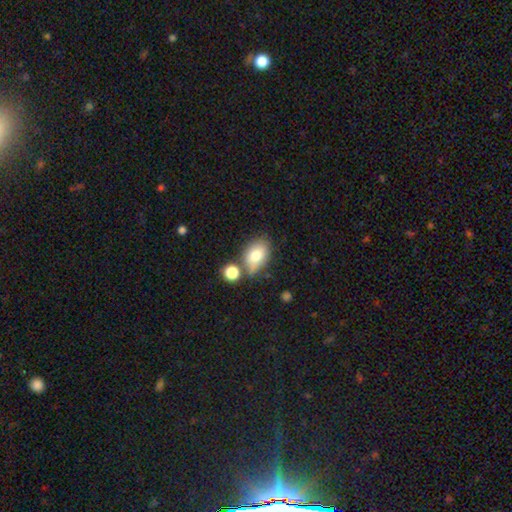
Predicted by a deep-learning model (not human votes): This is likely a smooth galaxy (77%). How rounded: clearly in between (85%). Merging: possibly none (55%).